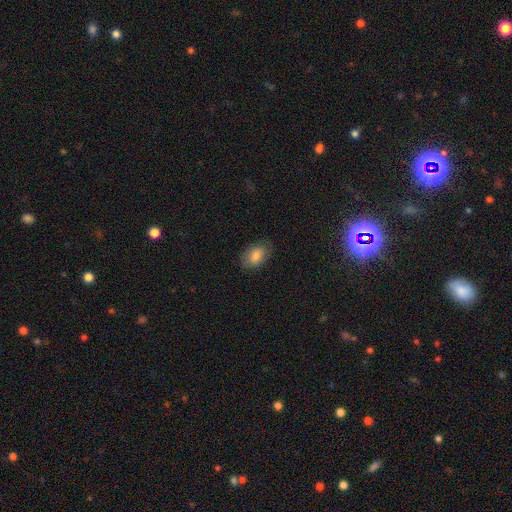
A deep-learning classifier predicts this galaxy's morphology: This appears to be a smooth galaxy with no disk features (82%) that is in between round and cigar-shaped (88%). Merging: none (80%).